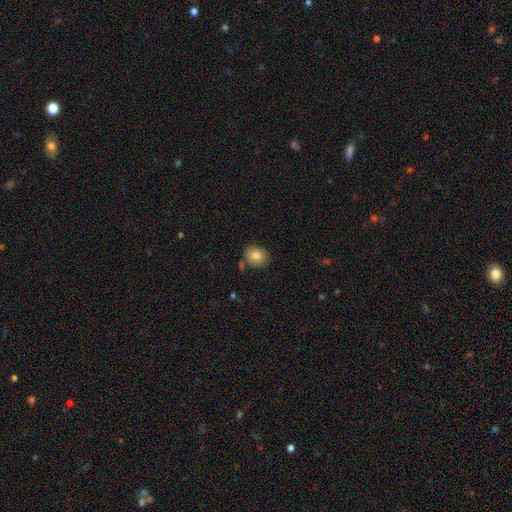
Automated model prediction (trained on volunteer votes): A smooth galaxy with no disk features (84%) that is round (77%).

Vote fractions:
- Smooth or featured? smooth: 84% / star or artifact: 9% / featured or disk: 7%
- How rounded? round: 77% / in between: 22% / cigar-shaped: 1%
- Merging? none: 80% / minor disturbance: 12% / merger: 6% / major disturbance: 3%